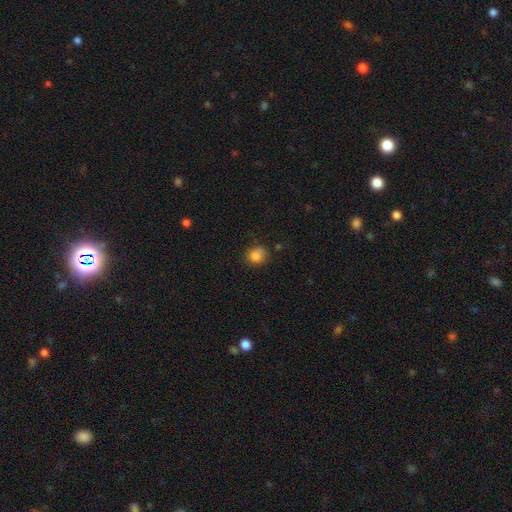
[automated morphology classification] smooth-or-featured: smooth: 85% | star or artifact: 11% | featured or disk: 4%
  how-rounded: round: 80% | in between: 19% | cigar-shaped: 1%
  merging: none: 78% | minor disturbance: 15% | major disturbance: 4% | merger: 2%